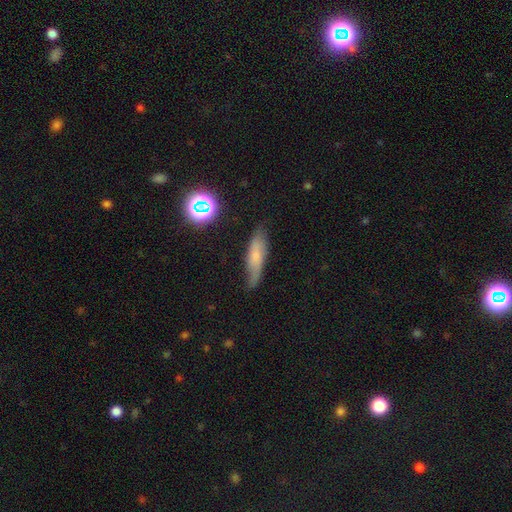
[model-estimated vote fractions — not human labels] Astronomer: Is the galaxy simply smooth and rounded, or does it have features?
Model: smooth — 61%.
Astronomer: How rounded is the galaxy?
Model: cigar-shaped — 61%.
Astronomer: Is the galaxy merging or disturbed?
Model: none — 64%.